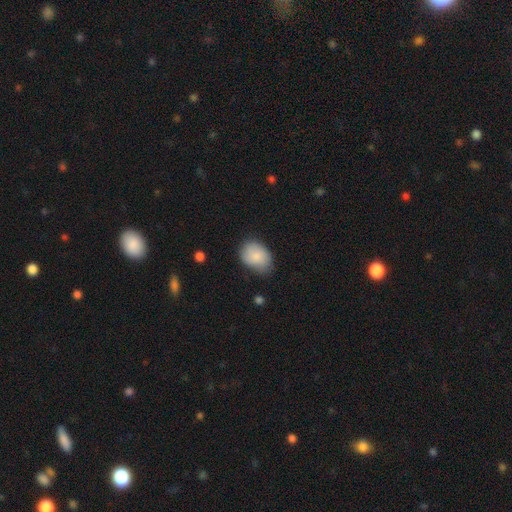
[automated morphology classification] This is clearly a smooth galaxy (84%). How rounded: likely in between (71%). Merging: likely none (66%).